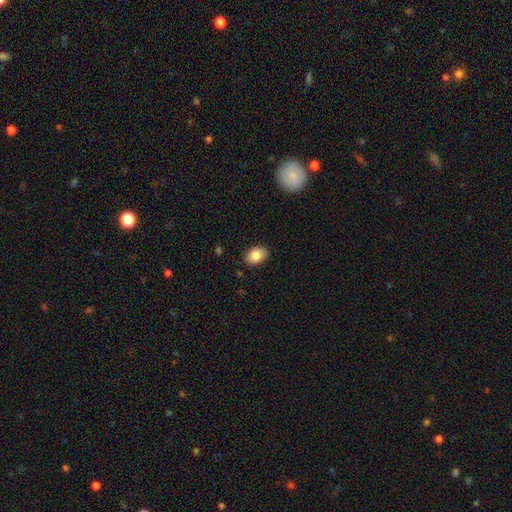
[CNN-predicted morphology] smooth-or-featured: smooth: 87% | star or artifact: 7% | featured or disk: 6%
  how-rounded: in between: 83% | round: 15% | cigar-shaped: 1%
  merging: none: 85% | minor disturbance: 11% | major disturbance: 2% | merger: 1%